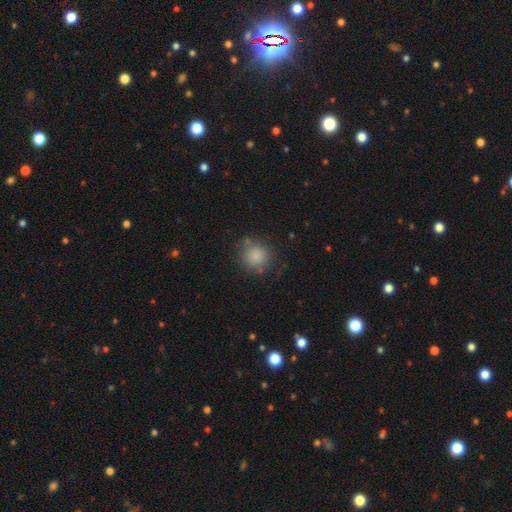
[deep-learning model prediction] smooth-or-featured: smooth: 85% | star or artifact: 10% | featured or disk: 6%
  how-rounded: round: 90% | in between: 9% | cigar-shaped: 1%
  merging: none: 79% | minor disturbance: 13% | major disturbance: 4% | merger: 4%